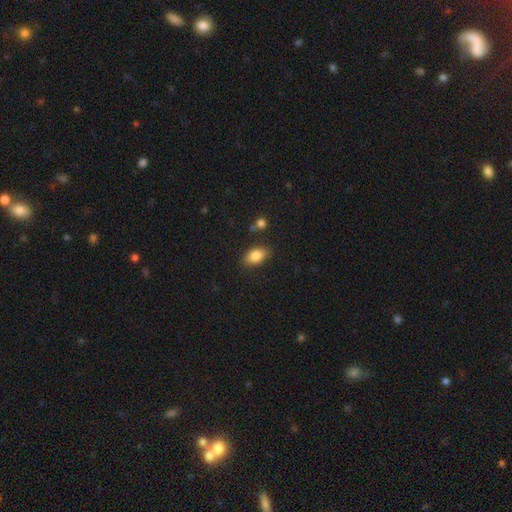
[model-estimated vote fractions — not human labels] Overall: smooth (82%). How rounded: in between (87%). Merging: none (82%).